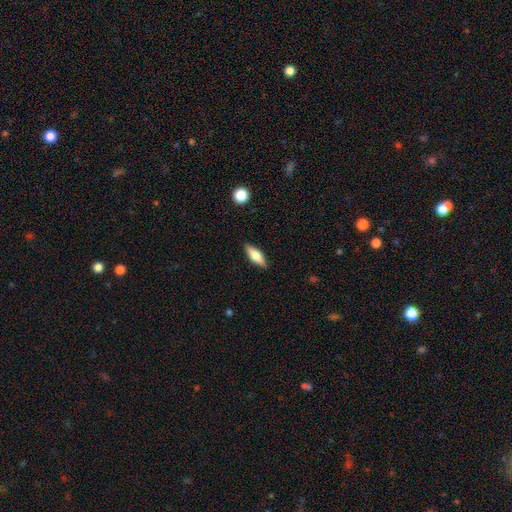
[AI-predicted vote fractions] A smooth galaxy with no disk features (62%) that is in between round and cigar-shaped (57%). Merging: none (87%).